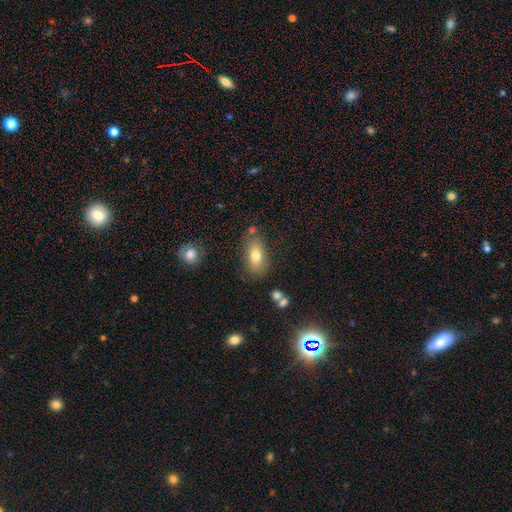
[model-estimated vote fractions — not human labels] This appears to be a smooth galaxy with no disk features (76%) that is in between round and cigar-shaped (88%). Merging: none (71%).